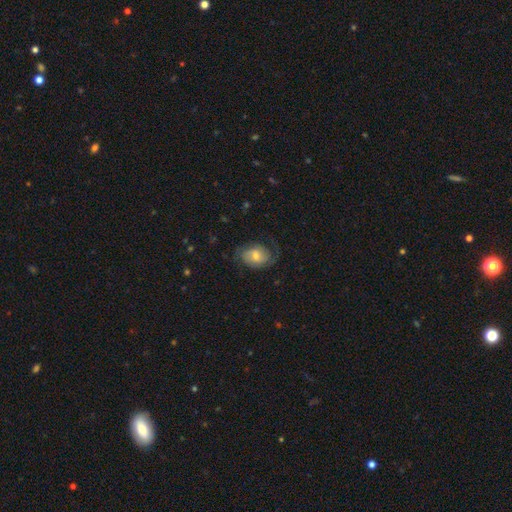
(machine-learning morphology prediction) smooth-or-featured: featured or disk: 52% | smooth: 41% | star or artifact: 7%
  disk-edge-on: no: 96% | yes: 4%
    bar: no: 56% | weak: 36% | strong: 8%
    has-spiral-arms: yes: 83% | no: 17%
    bulge-size: moderate: 57% | small: 34% | large: 6% | none: 2% | dominant: 1%
  merging: none: 57% | minor disturbance: 23% | major disturbance: 18% | merger: 1%